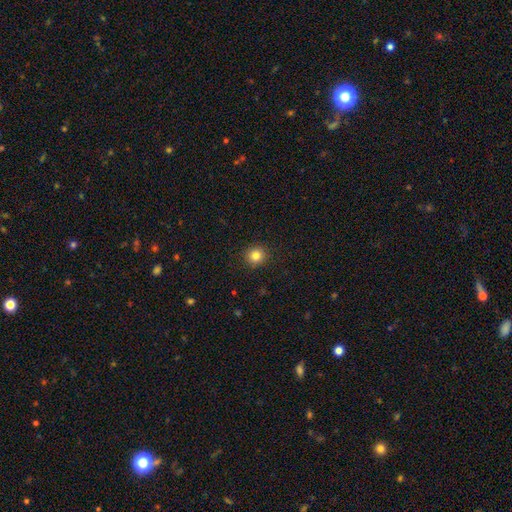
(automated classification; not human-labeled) This is clearly a smooth galaxy (83%). How rounded: clearly round (91%). Merging: clearly none (92%).